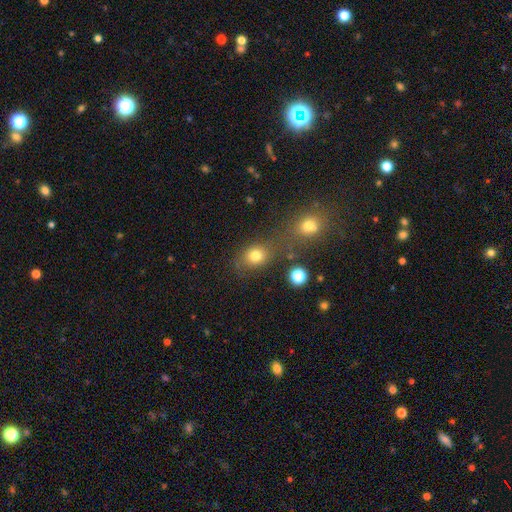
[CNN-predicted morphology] Q: Smooth or featured?
A: smooth (77%); runner-up: star or artifact (15%)
Q: How rounded?
A: round (56%); runner-up: in between (43%)
Q: Merging?
A: none (61%); runner-up: merger (19%)